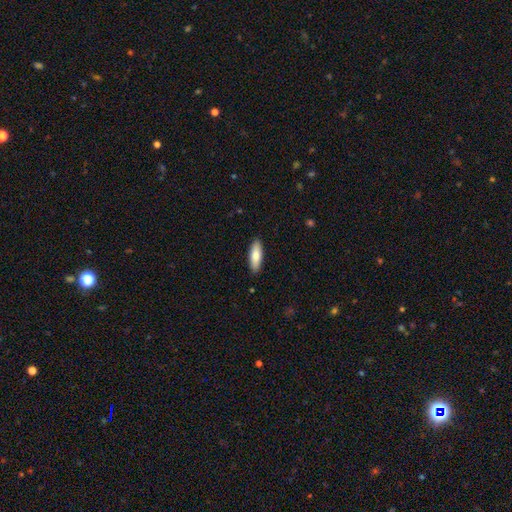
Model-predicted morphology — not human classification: The model was most divided on "how rounded": in between: 59%, cigar-shaped: 39%, round: 2%. More confident: merging — none (89%); smooth or featured — smooth (80%).